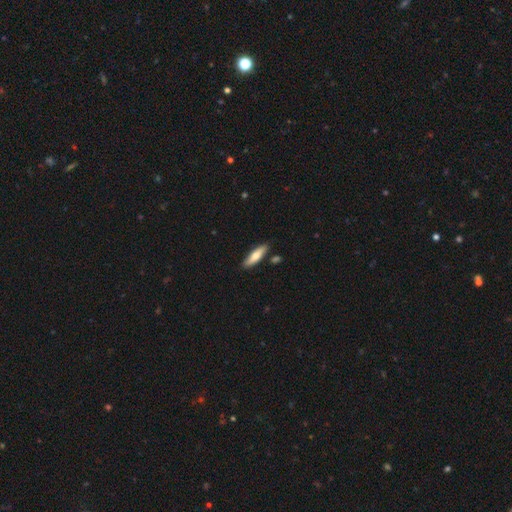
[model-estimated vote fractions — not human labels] Smooth or featured?
  - smooth: 70% *
  - featured or disk: 25%
  - star or artifact: 6%
How rounded?
  - cigar-shaped: 58% *
  - in between: 40%
  - round: 2%
Merging?
  - none: 84% *
  - minor disturbance: 11%
  - merger: 3%
  - major disturbance: 2%